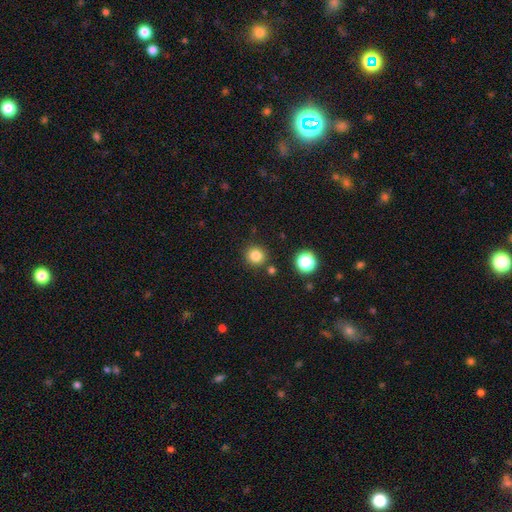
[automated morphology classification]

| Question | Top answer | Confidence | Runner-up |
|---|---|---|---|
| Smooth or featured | smooth | 81% | star or artifact (13%) |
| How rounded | round | 91% | in between (8%) |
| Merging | none | 86% | minor disturbance (7%) |